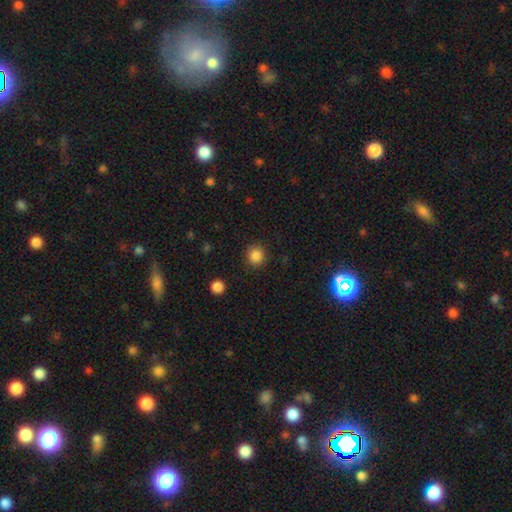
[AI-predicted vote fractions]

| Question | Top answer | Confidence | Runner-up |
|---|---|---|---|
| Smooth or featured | smooth | 86% | star or artifact (11%) |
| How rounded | round | 92% | in between (7%) |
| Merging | none | 90% | minor disturbance (6%) |